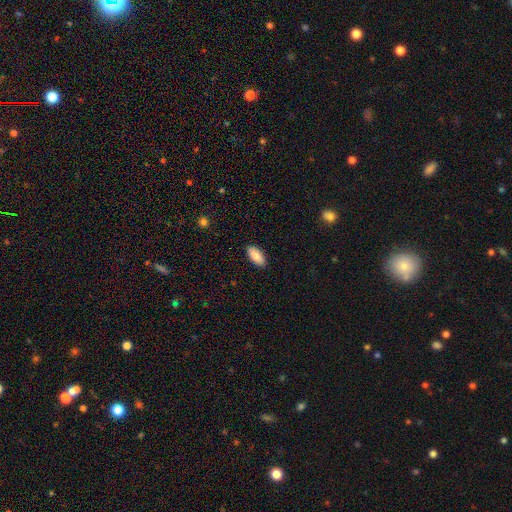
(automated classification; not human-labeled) A smooth galaxy with no disk features (89%) that is in between round and cigar-shaped (89%). Merging: none (90%).